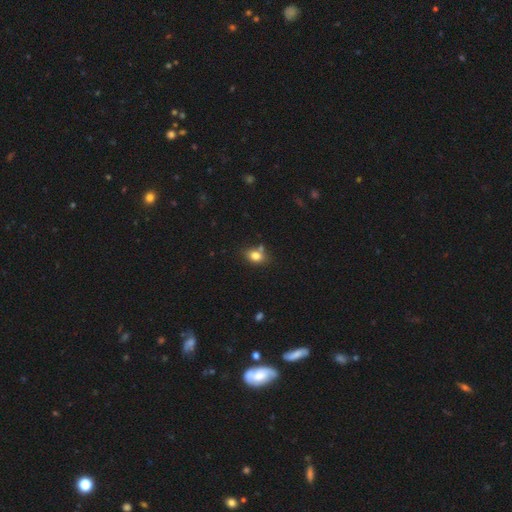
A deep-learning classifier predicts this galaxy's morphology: Q: Smooth or featured?
A: smooth (79%); runner-up: star or artifact (11%)
Q: How rounded?
A: in between (67%); runner-up: round (31%)
Q: Merging?
A: none (67%); runner-up: minor disturbance (16%)